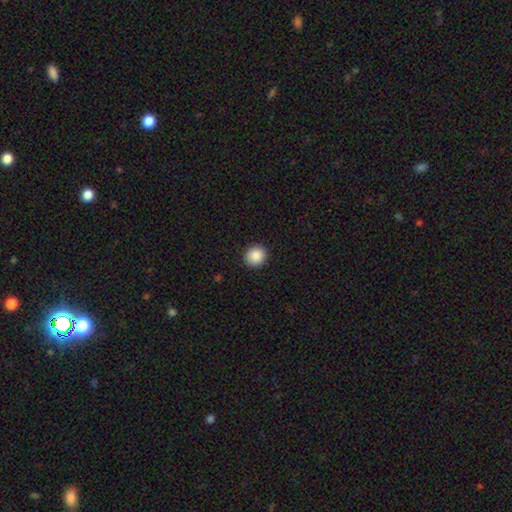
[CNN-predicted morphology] Smooth or featured? Predicted: smooth (p=0.89). How rounded? Predicted: round (p=0.88). Merging? Predicted: none (p=0.92).